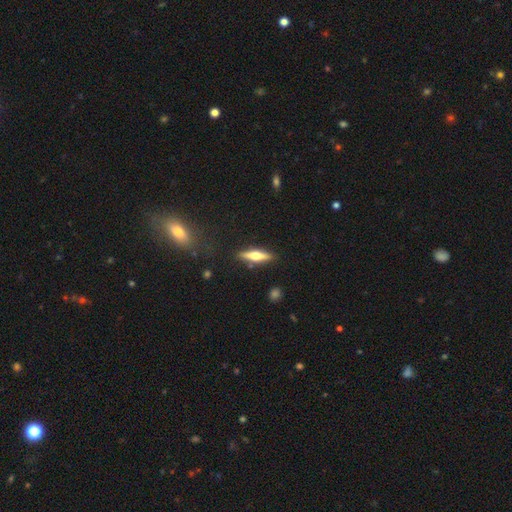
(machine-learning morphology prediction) A featured or disk galaxy (55%) viewed edge-on (95%) with a rounded central bulge (92%).

Vote fractions:
- Smooth or featured? featured or disk: 55% / smooth: 39% / star or artifact: 6%
- Edge-on disk? yes: 95% / no: 5%
- Edge-on bulge? rounded: 92% / boxy: 5% / none: 4%
- Merging? none: 87% / minor disturbance: 9% / merger: 2% / major disturbance: 2%